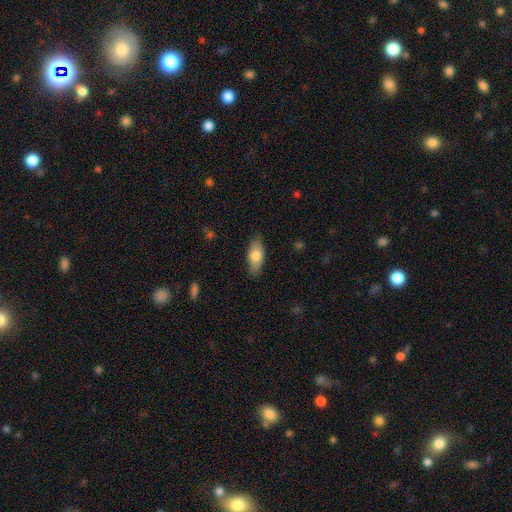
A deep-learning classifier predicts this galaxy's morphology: A smooth galaxy with no disk features (74%) that is in between round and cigar-shaped (86%).

Vote fractions:
- Smooth or featured? smooth: 74% / featured or disk: 20% / star or artifact: 6%
- How rounded? in between: 86% / cigar-shaped: 11% / round: 3%
- Merging? none: 84% / minor disturbance: 13% / major disturbance: 2% / merger: 1%